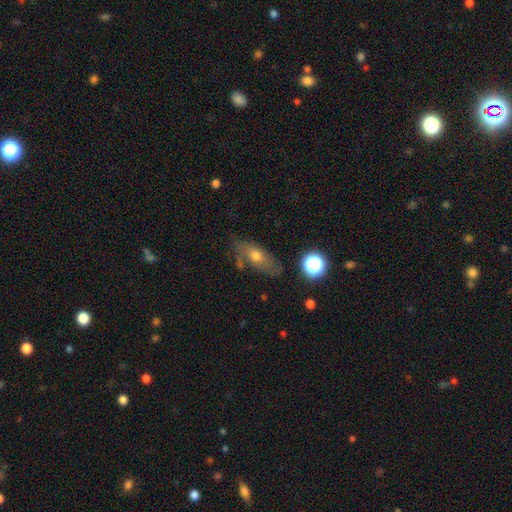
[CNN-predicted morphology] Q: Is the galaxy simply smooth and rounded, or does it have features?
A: smooth — 49%.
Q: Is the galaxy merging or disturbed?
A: none — 69%.